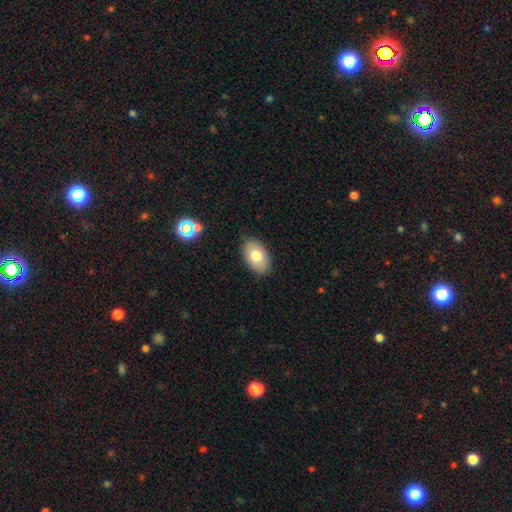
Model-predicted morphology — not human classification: A smooth galaxy with no disk features (76%) that is in between round and cigar-shaped (92%). Merging: none (87%).